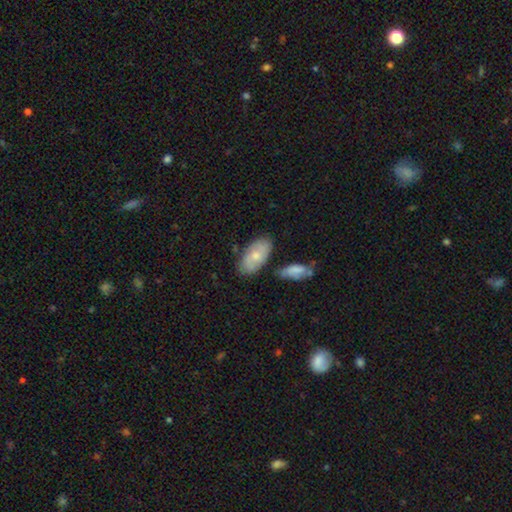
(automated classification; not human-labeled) smooth 57%, featured or disk 37%, star or artifact 6%. Down the decision tree: how rounded — in between (92%); merging — none (69%).